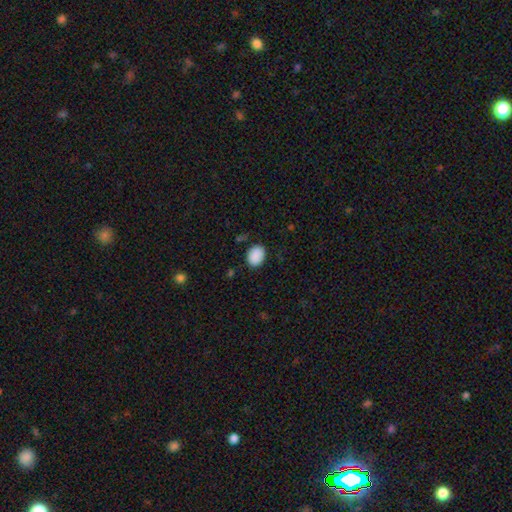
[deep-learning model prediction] A smooth galaxy with no disk features (90%) that is in between round and cigar-shaped (68%).

Vote fractions:
- Smooth or featured? smooth: 90% / star or artifact: 8% / featured or disk: 3%
- How rounded? in between: 68% / round: 31% / cigar-shaped: 1%
- Merging? none: 84% / minor disturbance: 12% / major disturbance: 3% / merger: 1%